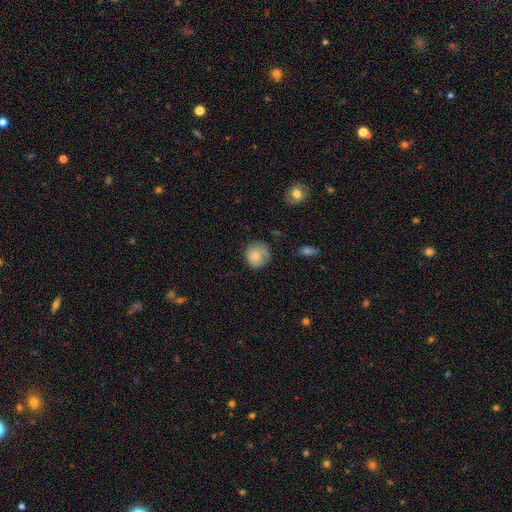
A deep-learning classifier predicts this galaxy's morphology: Overall: smooth (76%). How rounded: round (88%). Merging: none (67%).